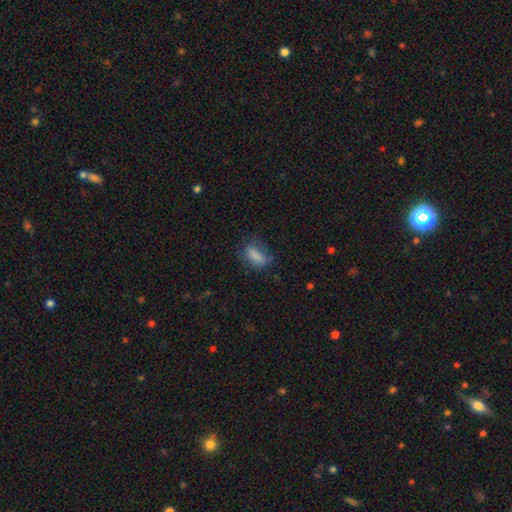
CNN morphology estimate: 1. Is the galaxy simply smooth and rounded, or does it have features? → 81% smooth, 10% featured or disk, 9% star or artifact.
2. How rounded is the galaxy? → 75% in between, 19% cigar-shaped, 5% round.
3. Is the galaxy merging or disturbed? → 62% none, 24% minor disturbance, 12% major disturbance, 2% merger.